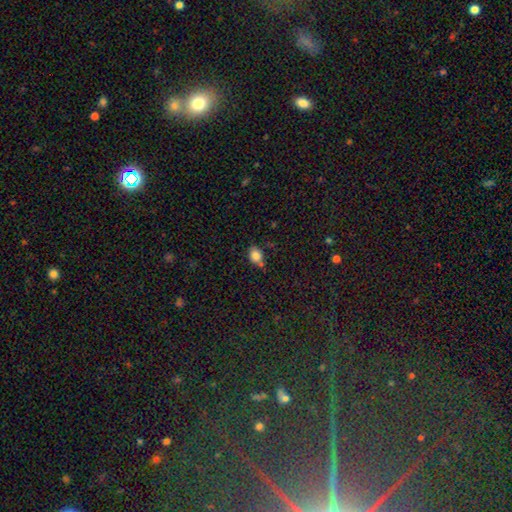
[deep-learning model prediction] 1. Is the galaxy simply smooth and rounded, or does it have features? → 83% smooth, 11% star or artifact, 6% featured or disk.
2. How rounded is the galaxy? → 64% in between, 35% round, 1% cigar-shaped.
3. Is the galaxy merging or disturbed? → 62% none, 23% minor disturbance, 10% merger, 5% major disturbance.